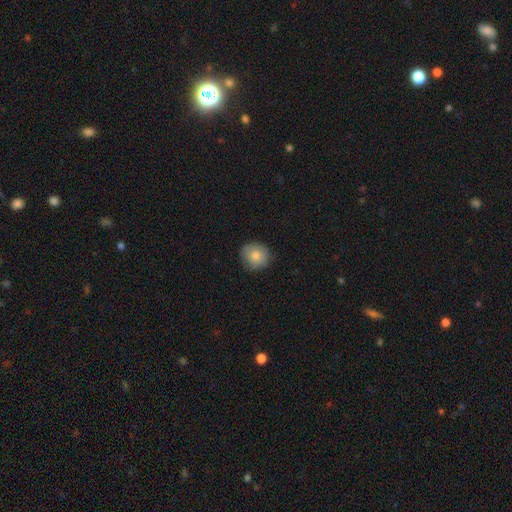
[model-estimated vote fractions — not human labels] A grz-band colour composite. It shows a smooth galaxy with no disk features (81%) that is round (91%). Merging: none (83%).